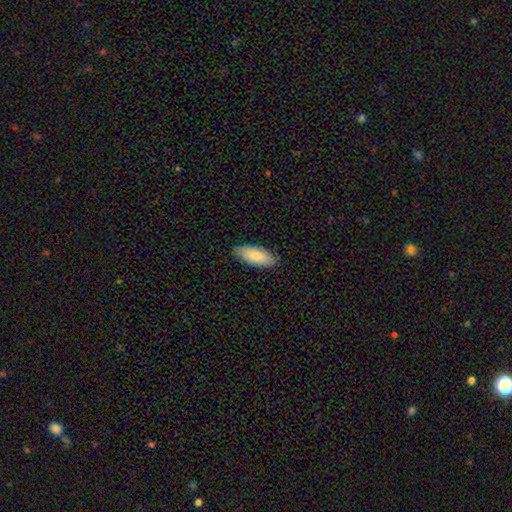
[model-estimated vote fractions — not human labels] Overall: smooth (84%). How rounded: in between (77%). Merging: none (87%).